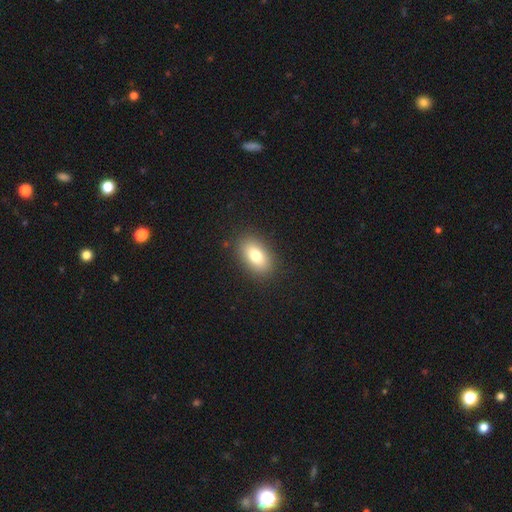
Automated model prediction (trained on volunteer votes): Smooth or featured?
  - smooth: 78% *
  - featured or disk: 13%
  - star or artifact: 9%
How rounded?
  - in between: 88% *
  - round: 10%
  - cigar-shaped: 2%
Merging?
  - none: 88% *
  - minor disturbance: 8%
  - major disturbance: 3%
  - merger: 1%